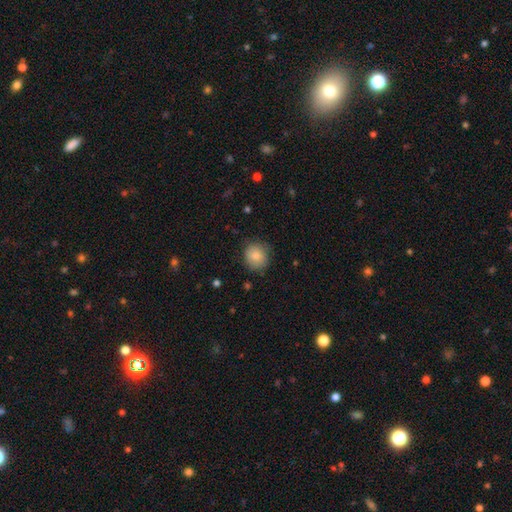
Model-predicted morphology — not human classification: A smooth galaxy with no disk features (84%) that is round (86%).

Vote fractions:
- Smooth or featured? smooth: 84% / star or artifact: 8% / featured or disk: 8%
- How rounded? round: 86% / in between: 13% / cigar-shaped: 1%
- Merging? none: 82% / minor disturbance: 14% / major disturbance: 3% / merger: 1%